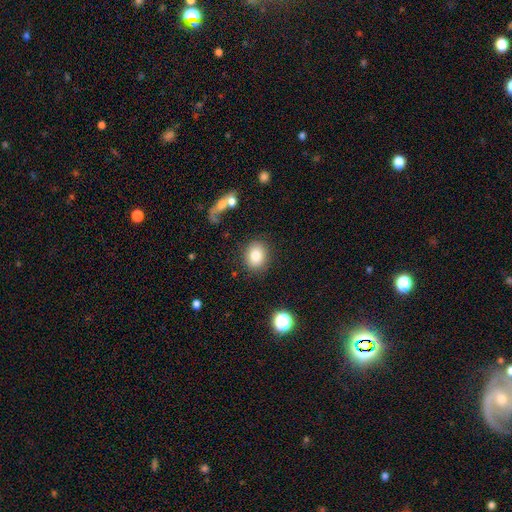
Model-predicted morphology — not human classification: smooth_or_featured: smooth (p=0.81) [alt: star or artifact p=0.10]
how_rounded: round (p=0.61) [alt: in between p=0.38]
merging: none (p=0.84) [alt: minor disturbance p=0.09]